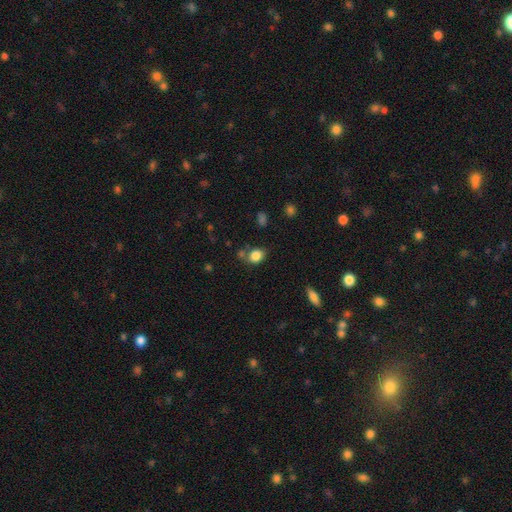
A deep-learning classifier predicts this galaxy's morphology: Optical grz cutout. It shows a smooth galaxy with no disk features (84%) that is in between round and cigar-shaped (53%). Merging: none (65%).